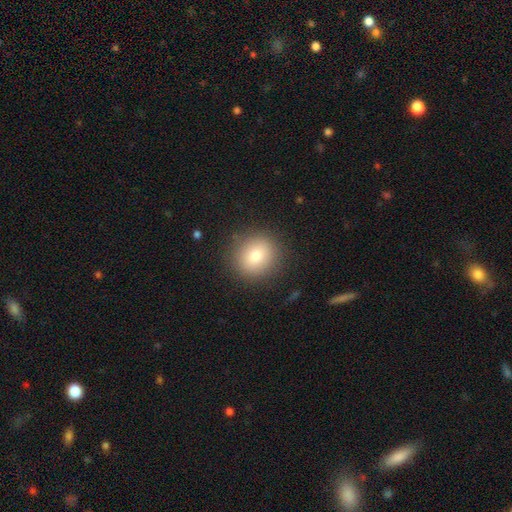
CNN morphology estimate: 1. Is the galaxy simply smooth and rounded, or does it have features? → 80% smooth, 10% star or artifact, 10% featured or disk.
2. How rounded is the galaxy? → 84% round, 15% in between, 1% cigar-shaped.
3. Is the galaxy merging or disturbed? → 88% none, 8% minor disturbance, 3% major disturbance, 1% merger.